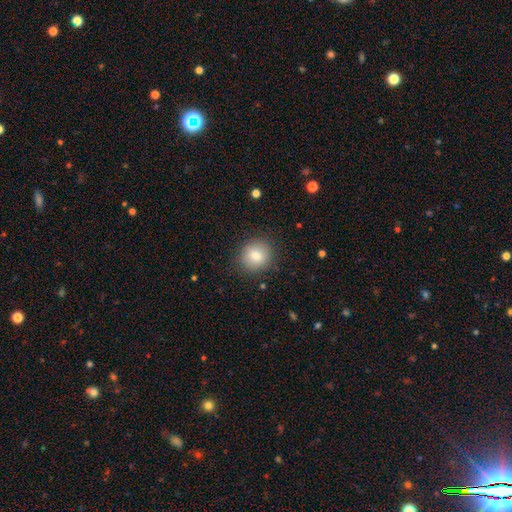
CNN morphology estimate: Smooth or featured? smooth (82%)
How rounded? round (86%)
Merging? none (86%)